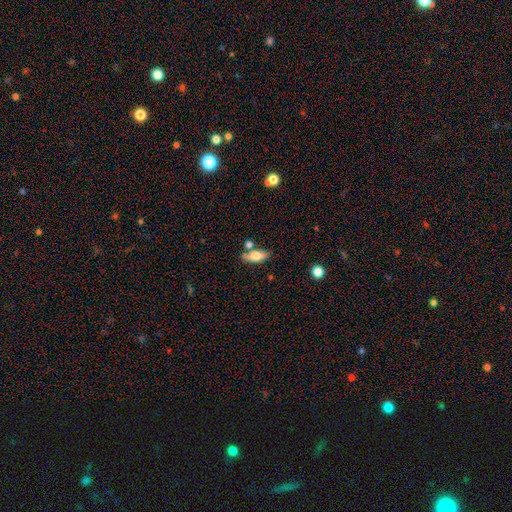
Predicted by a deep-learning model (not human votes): Smooth or featured? smooth (74%)
How rounded? in between (76%)
Merging? none (63%)